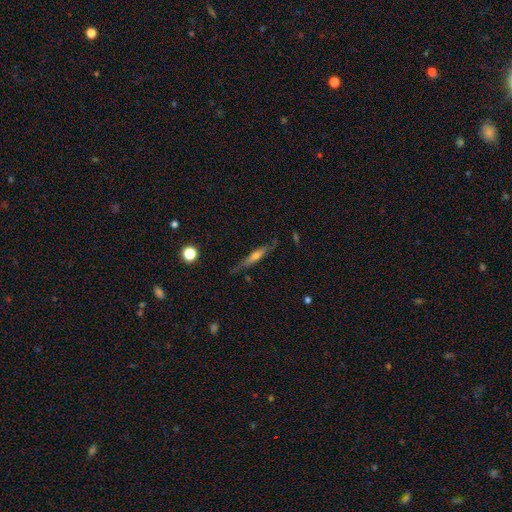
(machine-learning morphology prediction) Smooth or featured: featured or disk — 54% (smooth — 39%)
Edge-on disk: yes — 90% (no — 10%)
Merging: none — 72% (minor disturbance — 20%)